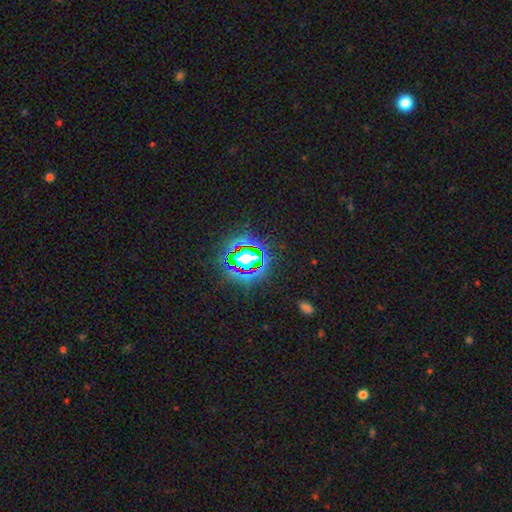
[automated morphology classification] Overall: star or artifact (71%).